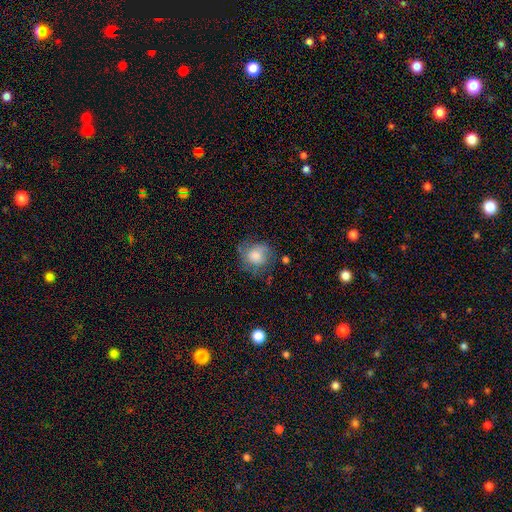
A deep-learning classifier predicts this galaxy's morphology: Q: Smooth or featured?
A: smooth (73%); runner-up: featured or disk (18%)
Q: How rounded?
A: round (80%); runner-up: in between (19%)
Q: Merging?
A: none (60%); runner-up: minor disturbance (26%)